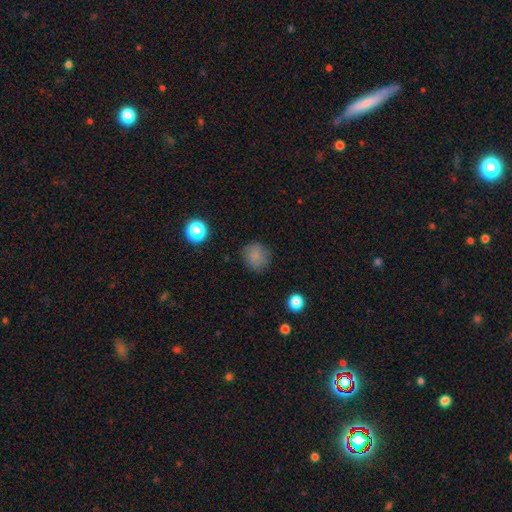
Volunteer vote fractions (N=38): smooth 87%, star or artifact 11%, featured or disk 3%. Down the decision tree: how rounded — round (97%); merging — none (79%).